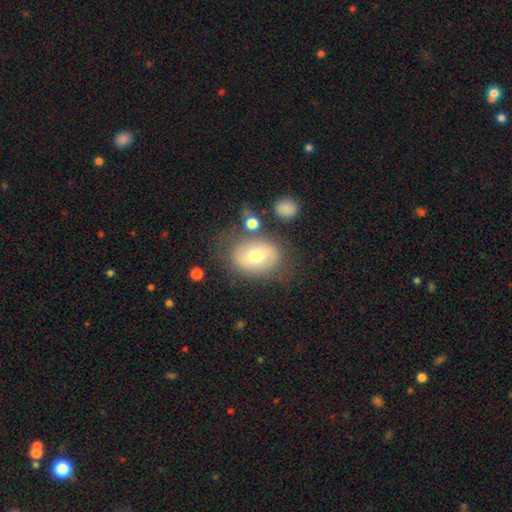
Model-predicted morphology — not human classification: Smooth or featured? smooth (57%)
How rounded? in between (71%)
Merging? none (66%)